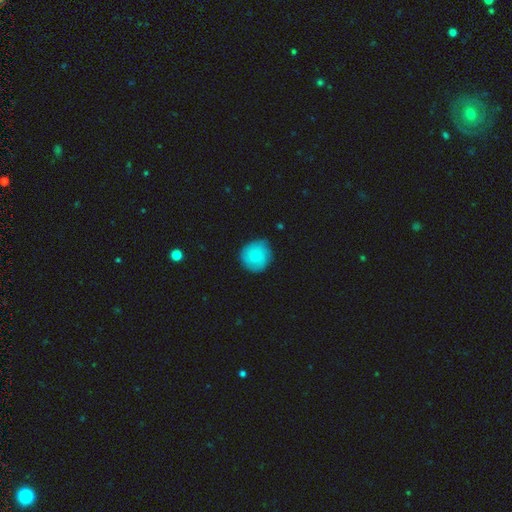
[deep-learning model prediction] A smooth galaxy with no disk features (75%) that is round (90%). Merging: none (75%).